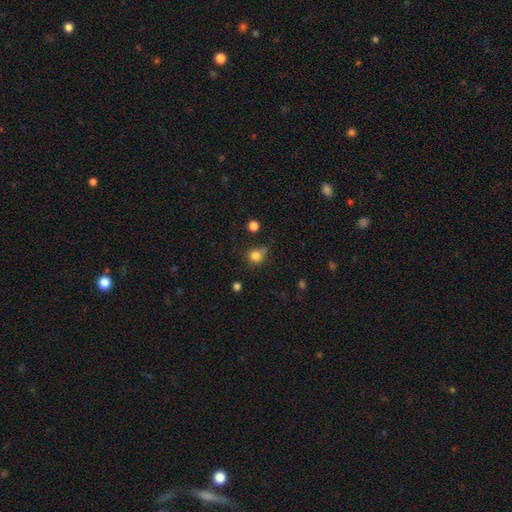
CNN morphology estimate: The model was most divided on "merging": none: 55%, minor disturbance: 28%, major disturbance: 9%, merger: 7%. More confident: smooth or featured — smooth (80%); how rounded — round (80%).